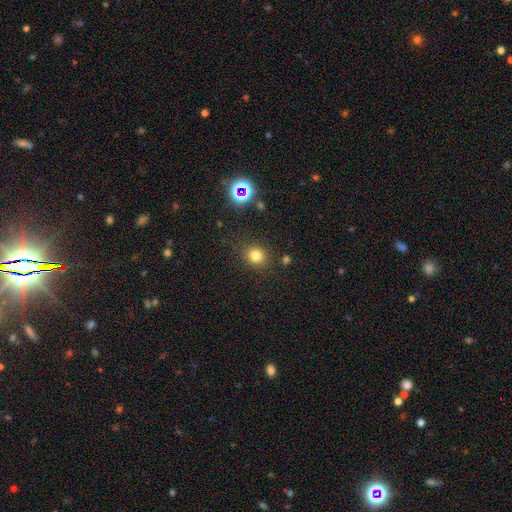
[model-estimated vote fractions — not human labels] The model was most divided on "smooth or featured": smooth: 77%, star or artifact: 16%, featured or disk: 6%. More confident: merging — none (85%); how rounded — round (81%).